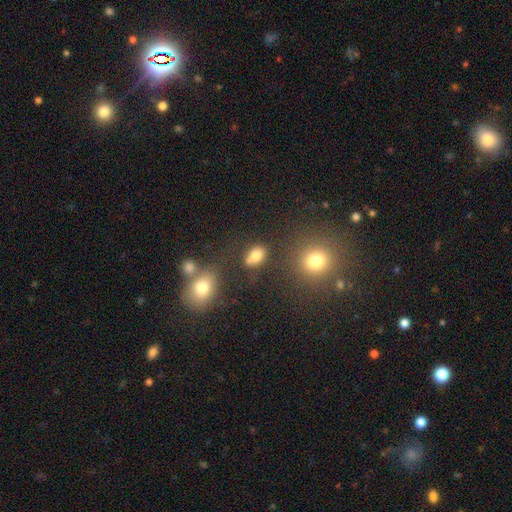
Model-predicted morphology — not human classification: Smooth or featured?
  - smooth: 77% *
  - star or artifact: 14%
  - featured or disk: 9%
How rounded?
  - in between: 67% *
  - round: 31%
  - cigar-shaped: 2%
Merging?
  - none: 64% *
  - minor disturbance: 16%
  - merger: 15%
  - major disturbance: 6%